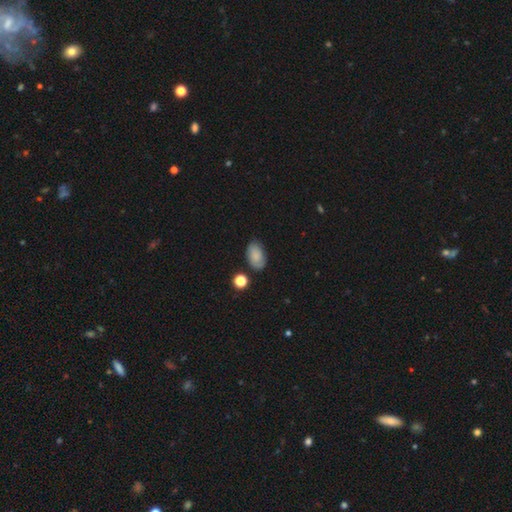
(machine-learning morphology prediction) The model was most divided on "merging": none: 76%, minor disturbance: 17%, major disturbance: 4%, merger: 4%. More confident: how rounded — in between (90%); smooth or featured — smooth (75%).